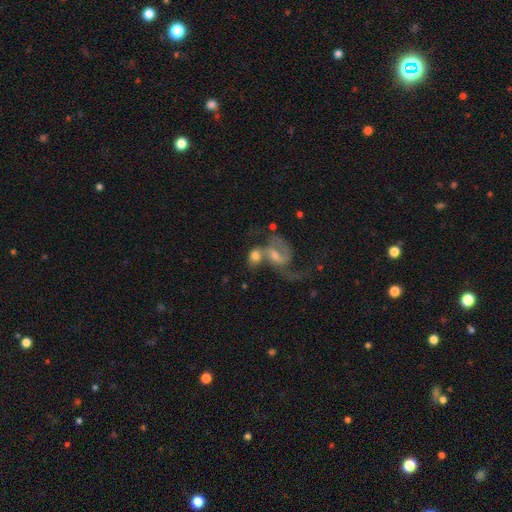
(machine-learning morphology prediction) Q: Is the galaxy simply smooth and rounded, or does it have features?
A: featured or disk — 47%.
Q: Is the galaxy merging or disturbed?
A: merger — 62%.